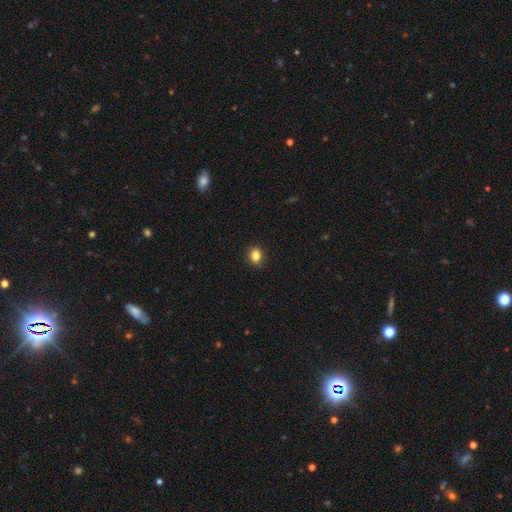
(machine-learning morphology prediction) Smooth or featured?
  - smooth: 85% *
  - star or artifact: 10%
  - featured or disk: 5%
How rounded?
  - round: 61% *
  - in between: 38%
  - cigar-shaped: 1%
Merging?
  - none: 89% *
  - minor disturbance: 8%
  - major disturbance: 2%
  - merger: 1%